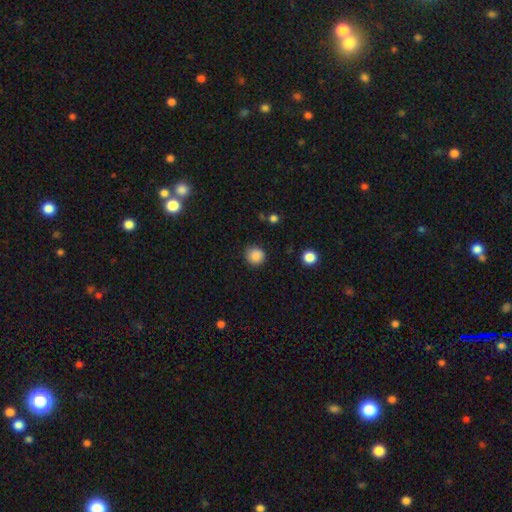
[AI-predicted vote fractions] Smooth or featured? smooth (87%)
How rounded? round (92%)
Merging? none (84%)